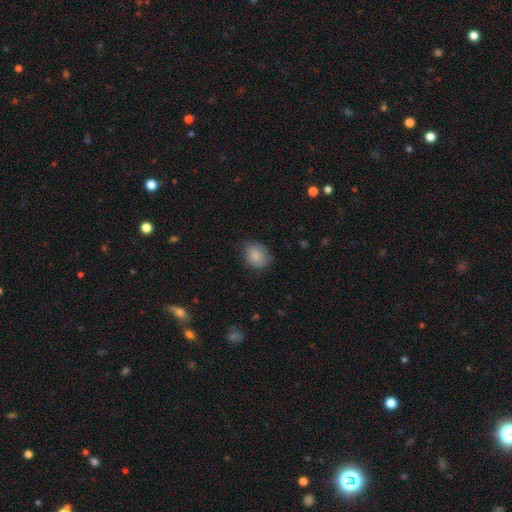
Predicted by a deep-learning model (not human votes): Smooth or featured? smooth (86%)
How rounded? round (55%)
Merging? none (65%)